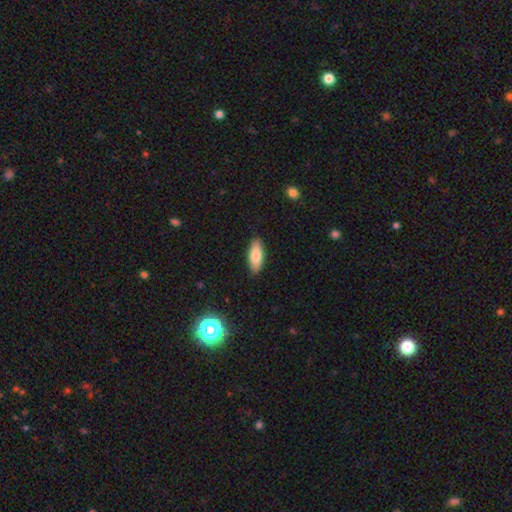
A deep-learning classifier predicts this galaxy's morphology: Smooth or featured: smooth — 81% (featured or disk — 13%)
How rounded: in between — 77% (cigar-shaped — 21%)
Merging: none — 89% (minor disturbance — 9%)